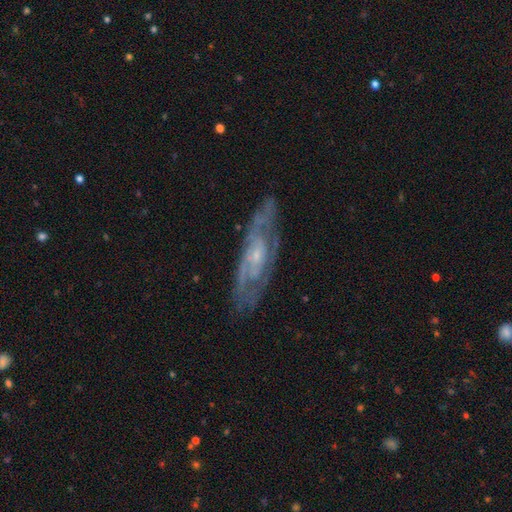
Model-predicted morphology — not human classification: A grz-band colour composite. It shows a featured or disk galaxy (77%) with no bar (62%), spiral arms (81%) and a small central bulge (65%). Merging: none (74%).